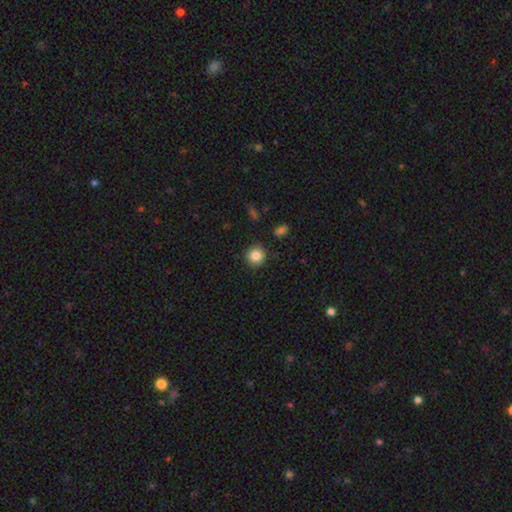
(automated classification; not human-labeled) Smooth or featured?
  - smooth: 85% *
  - star or artifact: 10%
  - featured or disk: 5%
How rounded?
  - round: 91% *
  - in between: 8%
  - cigar-shaped: 1%
Merging?
  - none: 89% *
  - minor disturbance: 7%
  - major disturbance: 2%
  - merger: 2%